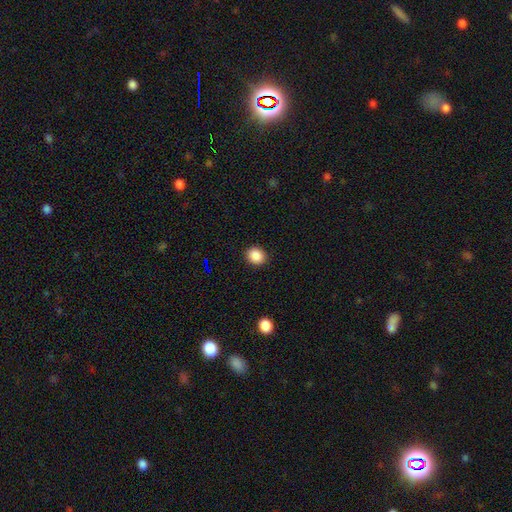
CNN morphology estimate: This is clearly a smooth galaxy (88%). How rounded: likely round (69%). Merging: clearly none (90%).